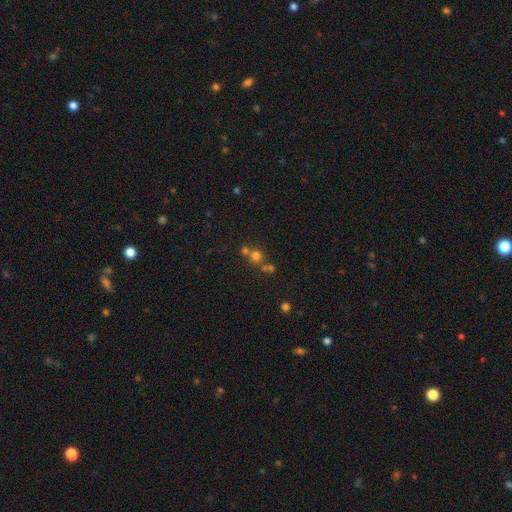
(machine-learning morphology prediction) Smooth or featured?
  - smooth: 64% *
  - star or artifact: 22%
  - featured or disk: 13%
How rounded?
  - round: 88% *
  - in between: 11%
  - cigar-shaped: 1%
Merging?
  - none: 50% *
  - merger: 39%
  - minor disturbance: 7%
  - major disturbance: 3%